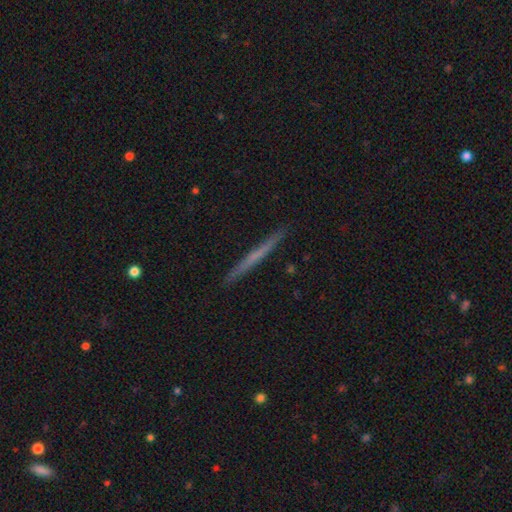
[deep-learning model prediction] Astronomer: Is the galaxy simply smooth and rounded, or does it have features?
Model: featured or disk — 49% (runner-up: smooth, 45%).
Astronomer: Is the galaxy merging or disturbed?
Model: none — 92%.